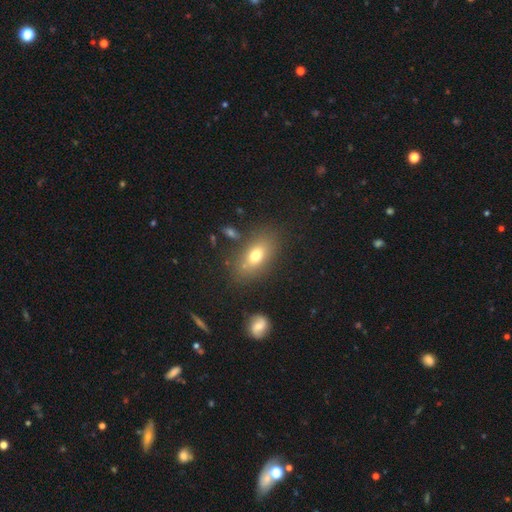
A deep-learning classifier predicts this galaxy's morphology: A smooth galaxy with no disk features (72%) that is in between round and cigar-shaped (84%). Merging: none (76%).